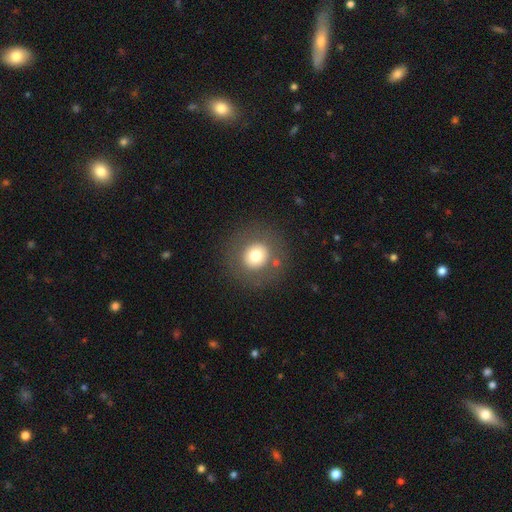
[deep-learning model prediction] A smooth galaxy with no disk features (70%) that is round (92%). Merging: none (85%).